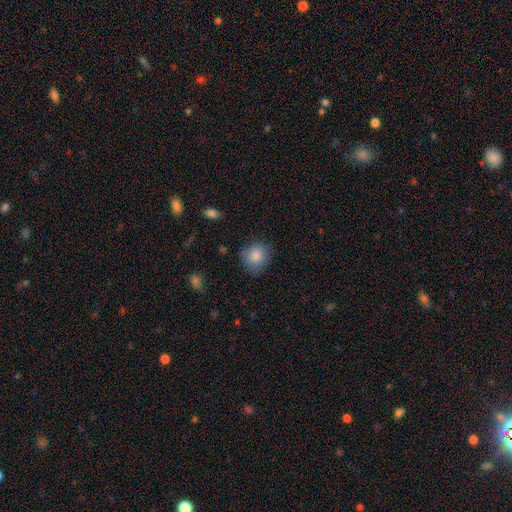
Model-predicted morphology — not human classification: Smooth or featured: smooth — 85% (star or artifact — 9%)
How rounded: round — 81% (in between — 18%)
Merging: none — 77% (minor disturbance — 18%)